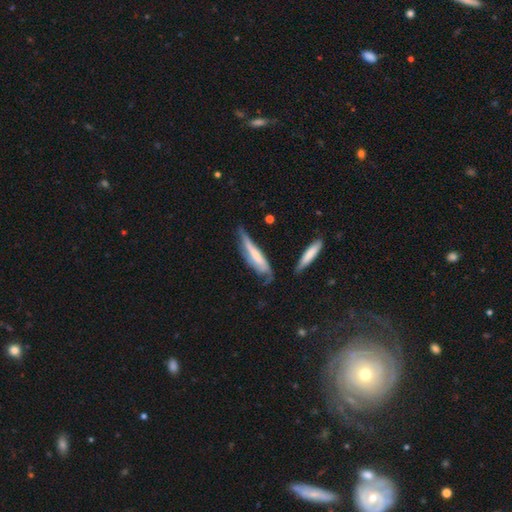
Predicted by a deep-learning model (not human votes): A featured or disk galaxy (52%) viewed edge-on (59%). Merging: none (44%).